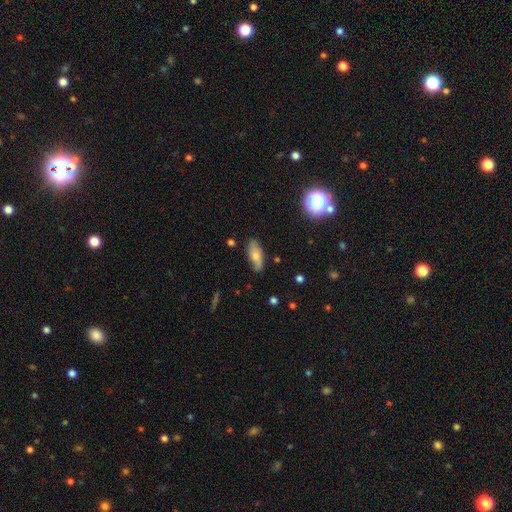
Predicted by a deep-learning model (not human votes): Overall: smooth (60%; featured or disk 31%). How rounded: in between (76%). Merging: none (78%).